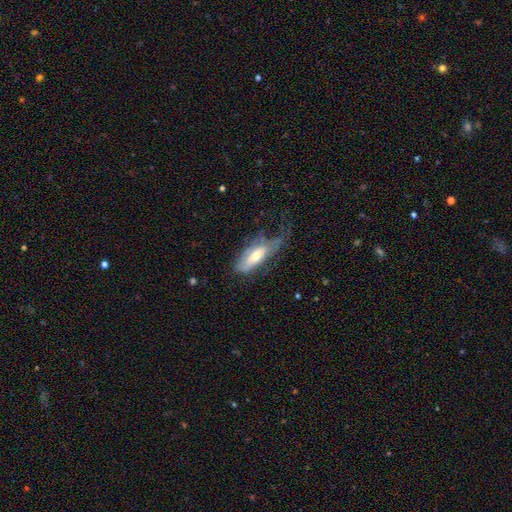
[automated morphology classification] Smooth or featured?
  - smooth: 52% *
  - featured or disk: 42%
  - star or artifact: 6%
How rounded?
  - in between: 69% *
  - cigar-shaped: 29%
  - round: 2%
Merging?
  - major disturbance: 36% *
  - minor disturbance: 32%
  - none: 30%
  - merger: 2%